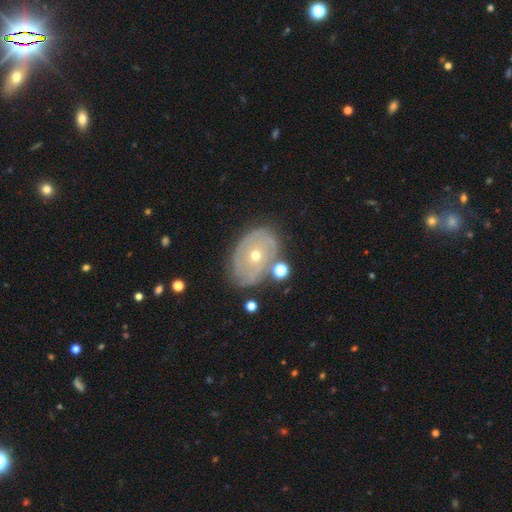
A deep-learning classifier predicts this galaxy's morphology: Smooth or featured? featured or disk (70%)
Edge-on disk? no (94%)
Bar? no (85%)
Spiral arms? yes (65%)
Bulge size? small (51%)
Merging? none (69%)